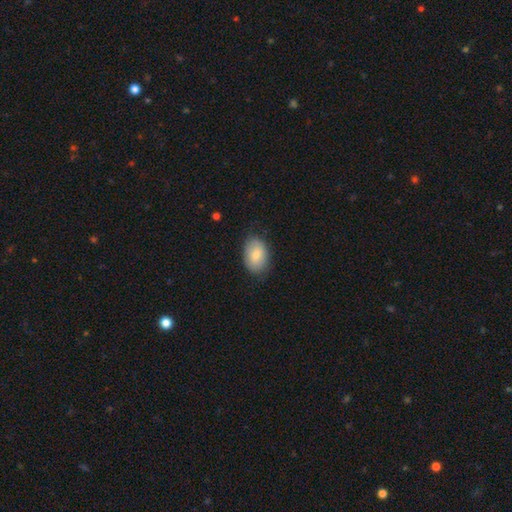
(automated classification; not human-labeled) Smooth or featured: smooth — 79% (featured or disk — 15%)
How rounded: in between — 86% (round — 13%)
Merging: none — 78% (minor disturbance — 17%)